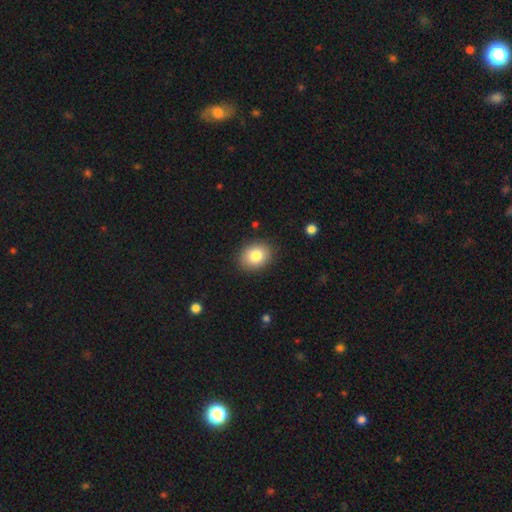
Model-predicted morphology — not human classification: The model was most divided on "how rounded": in between: 58%, round: 41%, cigar-shaped: 1%. More confident: merging — none (88%); smooth or featured — smooth (82%).